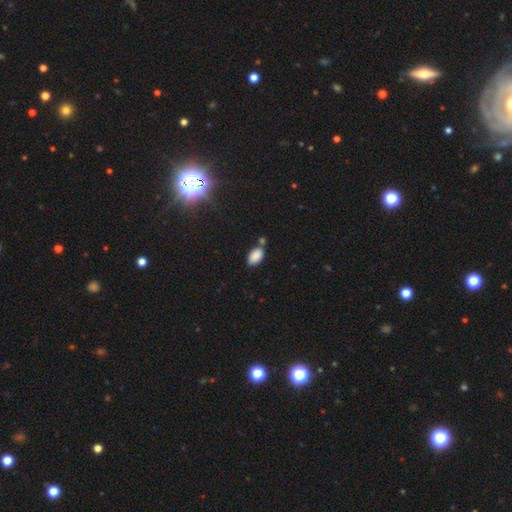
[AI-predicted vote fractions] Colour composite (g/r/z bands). It shows a smooth galaxy with no disk features (87%) that is in between round and cigar-shaped (93%). Merging: none (65%).